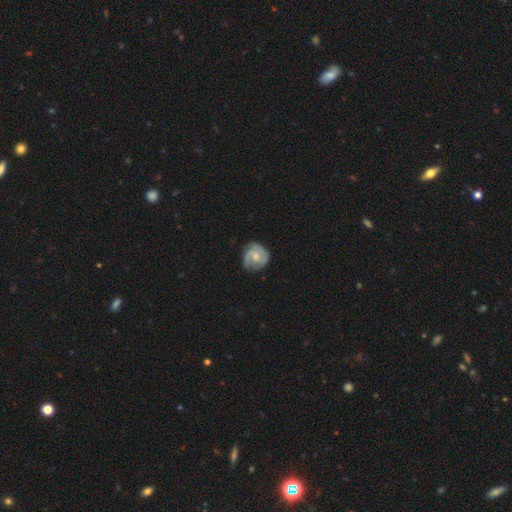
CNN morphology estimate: A featured or disk galaxy (76%) with no bar (59%), 2 (57%) tight (52%) spiral arms (95%) and a moderate central bulge (49%). Merging: none (71%).